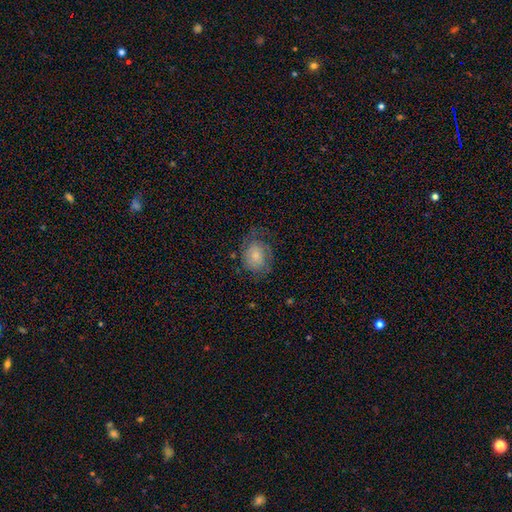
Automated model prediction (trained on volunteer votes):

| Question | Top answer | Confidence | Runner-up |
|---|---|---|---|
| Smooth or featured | smooth | 59% | featured or disk (33%) |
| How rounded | in between | 52% | round (47%) |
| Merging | none | 55% | minor disturbance (26%) |